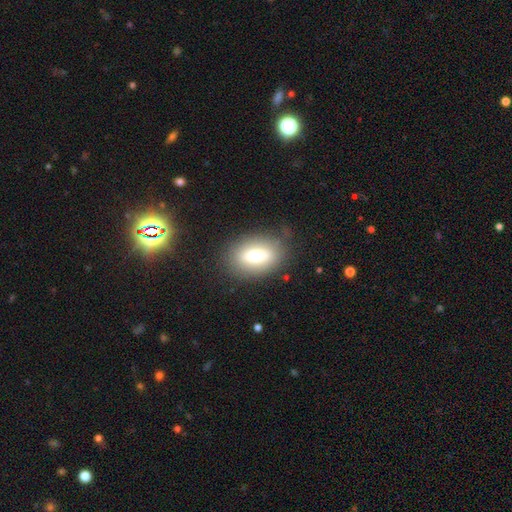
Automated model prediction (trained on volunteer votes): Smooth or featured? Predicted: smooth (p=0.71). How rounded? Predicted: in between (p=0.81). Merging? Predicted: none (p=0.80).